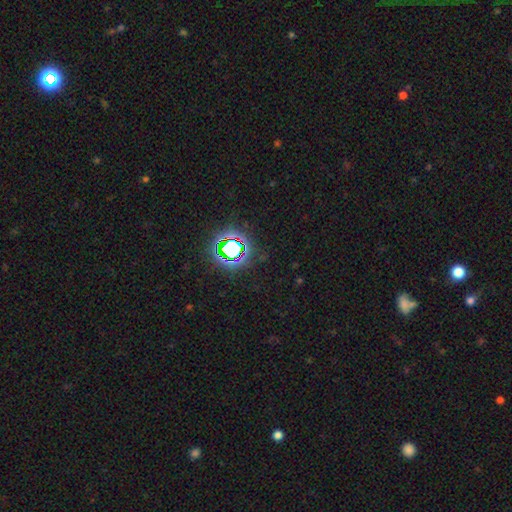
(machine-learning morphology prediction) type=star or artifact (78%).